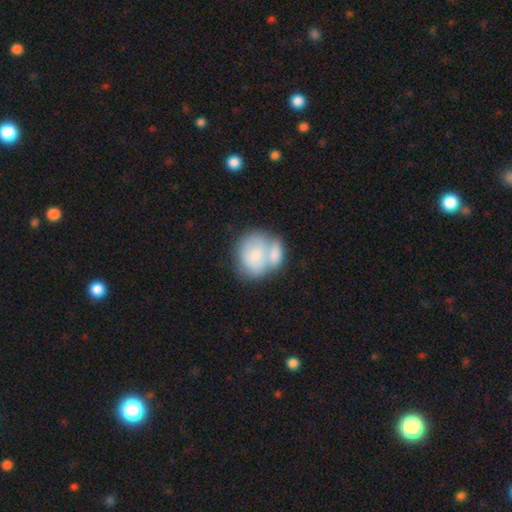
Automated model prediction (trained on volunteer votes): Overall: smooth (67%). How rounded: round (68%; in between 31%). Merging: merger (64%).